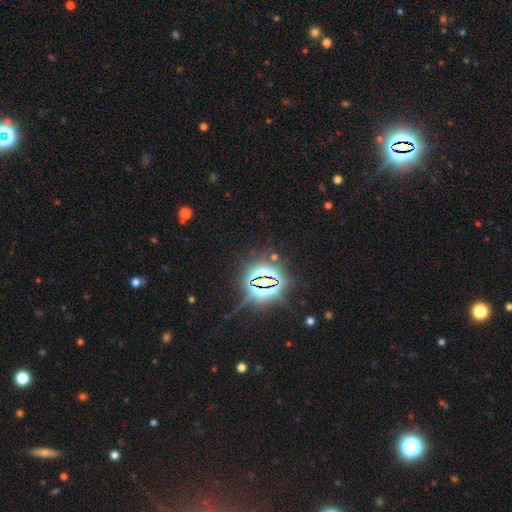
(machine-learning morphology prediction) Smooth or featured: star or artifact — 83% (smooth — 10%)